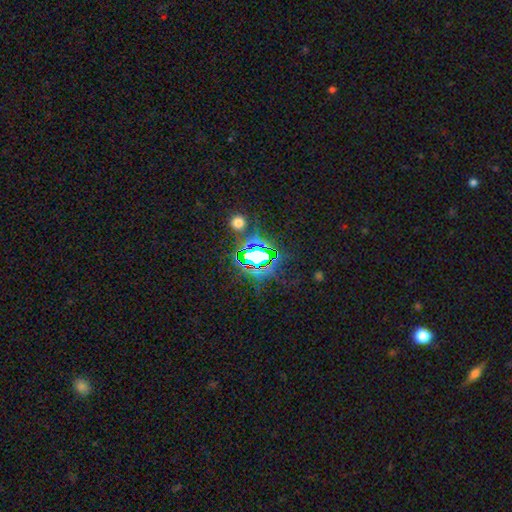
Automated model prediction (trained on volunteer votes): A star or artifact, not a galaxy (73%).